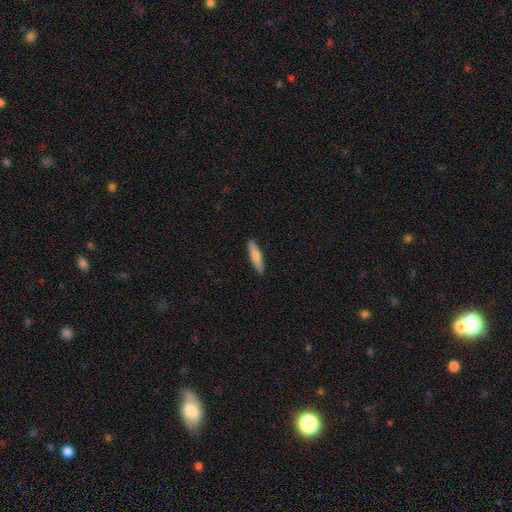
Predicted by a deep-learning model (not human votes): Overall: smooth (68%). How rounded: cigar-shaped (81%). Merging: none (90%).